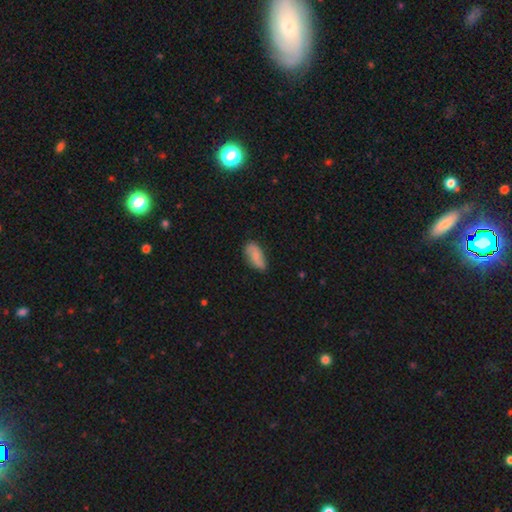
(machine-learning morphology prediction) Overall: smooth (66%; featured or disk 27%). How rounded: in between (85%). Merging: none (69%).